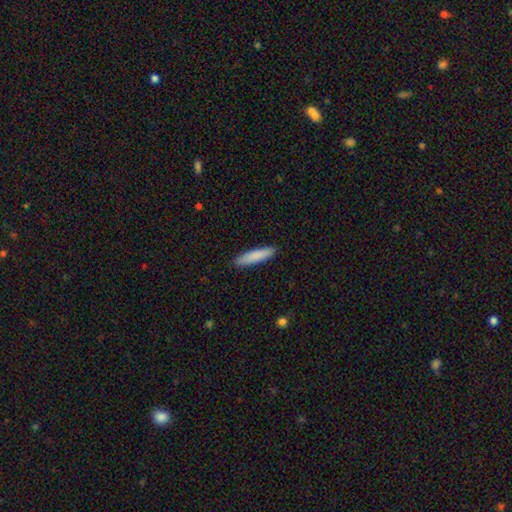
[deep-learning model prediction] Smooth or featured? Predicted: smooth (p=0.86). How rounded? Predicted: cigar-shaped (p=0.83). Merging? Predicted: none (p=0.90).